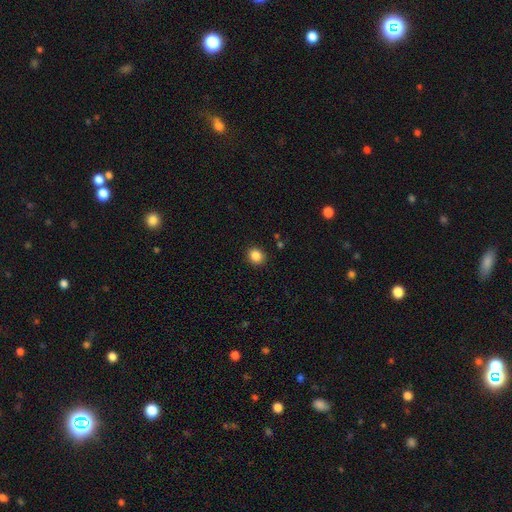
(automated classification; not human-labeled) Overall: smooth (86%). How rounded: round (77%). Merging: none (90%).